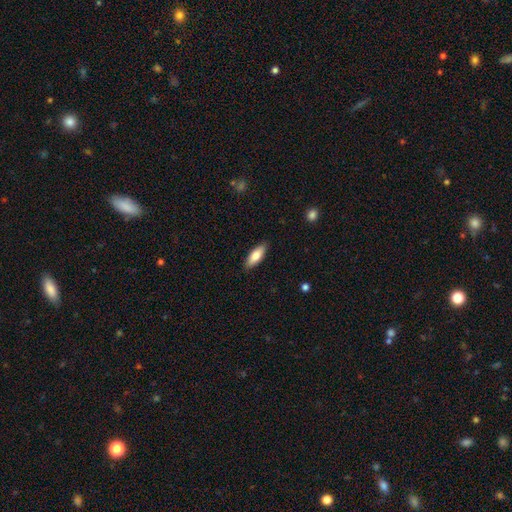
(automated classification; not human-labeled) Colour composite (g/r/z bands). It shows a smooth galaxy with no disk features (78%) that is in between round and cigar-shaped (66%). Merging: none (88%).